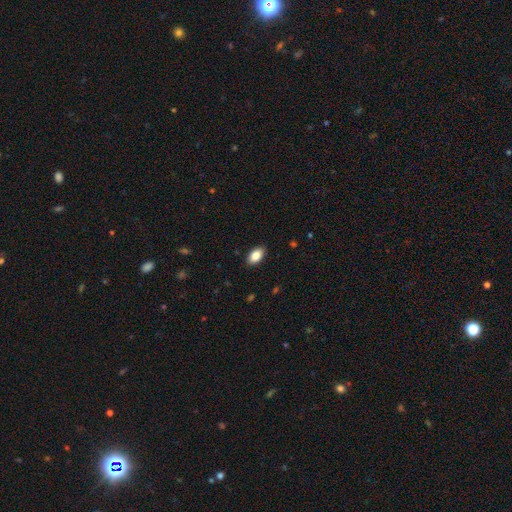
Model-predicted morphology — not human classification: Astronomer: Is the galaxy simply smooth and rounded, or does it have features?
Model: smooth — 86%.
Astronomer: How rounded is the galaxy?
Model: in between — 93%.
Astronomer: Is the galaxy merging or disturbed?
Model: none — 88%.